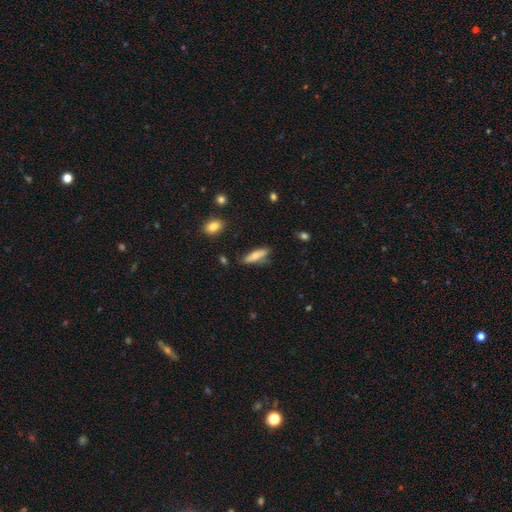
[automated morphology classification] Smooth or featured?
  - smooth: 74% *
  - featured or disk: 19%
  - star or artifact: 7%
How rounded?
  - cigar-shaped: 61% *
  - in between: 37%
  - round: 2%
Merging?
  - none: 74% *
  - minor disturbance: 19%
  - major disturbance: 4%
  - merger: 3%